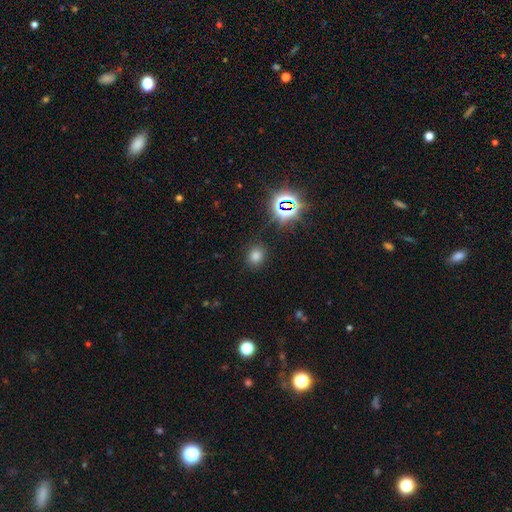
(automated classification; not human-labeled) A smooth galaxy with no disk features (70%) that is round (65%).

Vote fractions:
- Smooth or featured? smooth: 70% / star or artifact: 24% / featured or disk: 7%
- How rounded? round: 65% / in between: 34% / cigar-shaped: 1%
- Merging? none: 86% / minor disturbance: 9% / major disturbance: 4% / merger: 2%